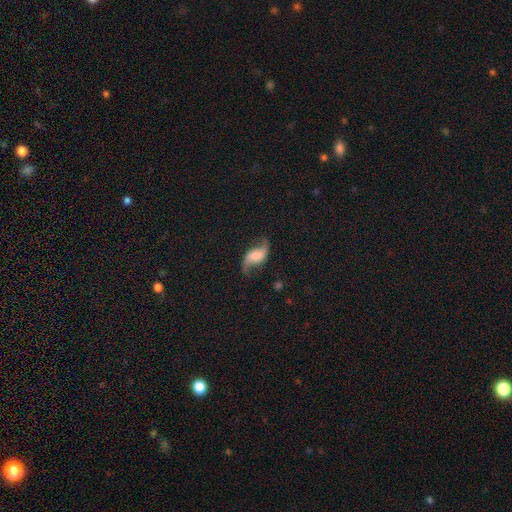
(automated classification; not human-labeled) A featured or disk galaxy (78%) with no bar (47%), 2 (93%) loose (84%) spiral arms (95%) and no central bulge (29%).

Vote fractions:
- Smooth or featured? featured or disk: 78% / smooth: 15% / star or artifact: 8%
- Edge-on disk? no: 95% / yes: 5%
- Bar? no: 47% / weak: 37% / strong: 16%
- Spiral arms? yes: 95% / no: 5%
- Spiral winding? loose: 84% / medium: 13% / tight: 3%
- Spiral arm count? 2: 93% / 1: 3% / can't tell: 2% / 3: 1% / 4: 1% / more than 4: 1%
- Bulge size? none: 29% / large: 24% / moderate: 20% / small: 19% / dominant: 8%
- Merging? none: 74% / minor disturbance: 16% / major disturbance: 8% / merger: 2%